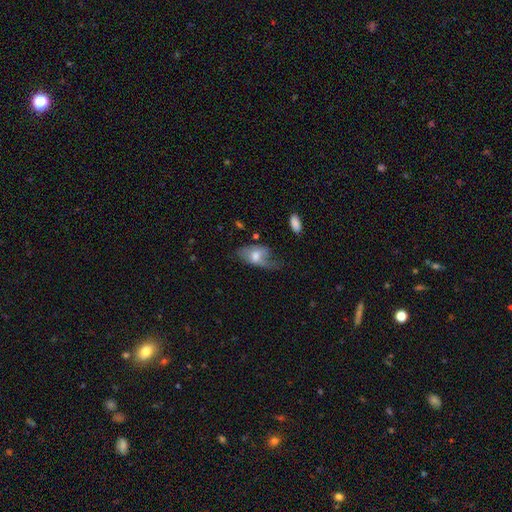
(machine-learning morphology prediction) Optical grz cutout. It shows a smooth galaxy with no disk features (58%) that is in between round and cigar-shaped (90%). Merging: major disturbance (33%).